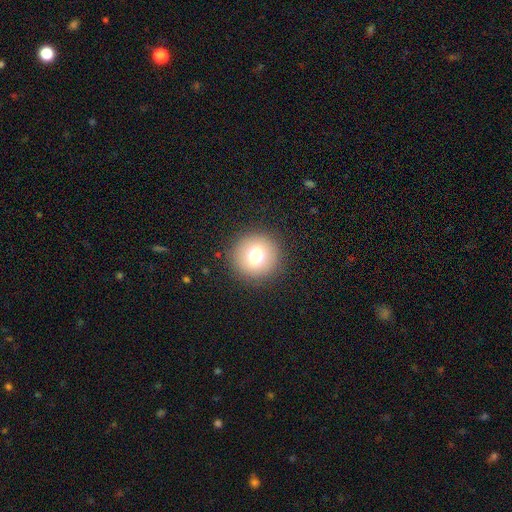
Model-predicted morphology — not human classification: smooth_or_featured: smooth (p=0.72) [alt: star or artifact p=0.15]
how_rounded: round (p=0.95) [alt: in between p=0.04]
merging: none (p=0.90) [alt: minor disturbance p=0.06]